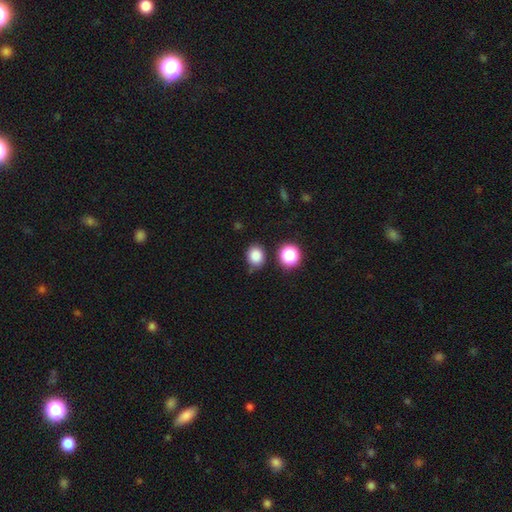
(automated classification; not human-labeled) A smooth galaxy with no disk features (84%) that is round (67%). Merging: none (76%).